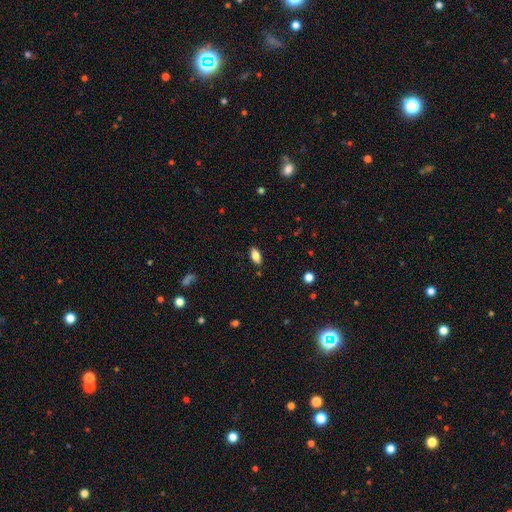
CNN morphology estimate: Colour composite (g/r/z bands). It shows a smooth galaxy with no disk features (80%) that is in between round and cigar-shaped (88%). Merging: none (87%).